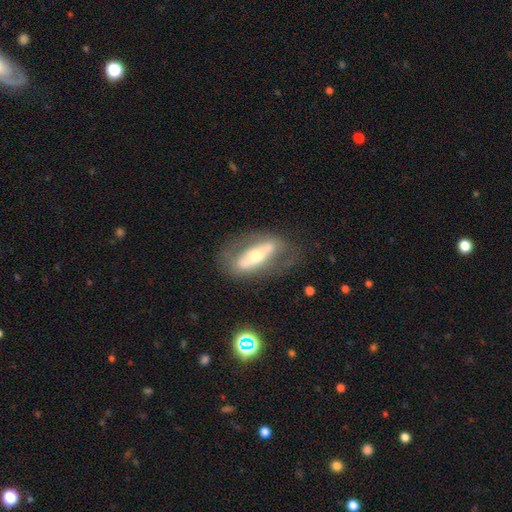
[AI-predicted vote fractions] smooth-or-featured: featured or disk: 64% | smooth: 29% | star or artifact: 7%
  disk-edge-on: no: 73% | yes: 27%
  merging: none: 67% | minor disturbance: 18% | major disturbance: 12% | merger: 3%